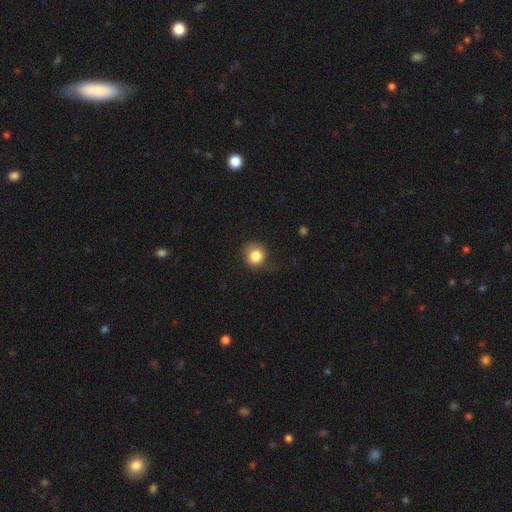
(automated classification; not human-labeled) The model was most divided on "merging": none: 70%, minor disturbance: 21%, major disturbance: 8%, merger: 1%. More confident: how rounded — round (86%); smooth or featured — smooth (83%).